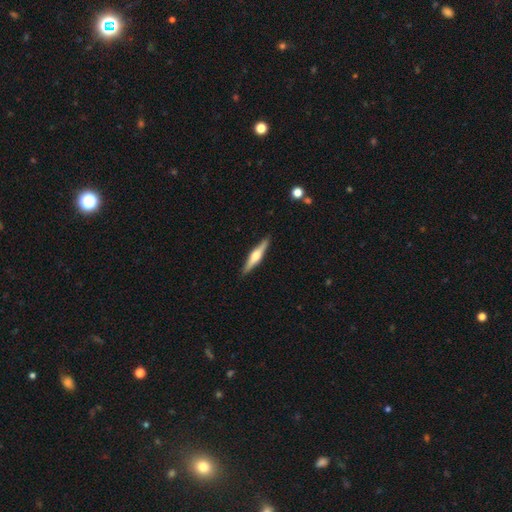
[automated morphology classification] Smooth or featured? Predicted: featured or disk (p=0.62). Edge-on disk? Predicted: yes (p=0.97). Edge-on bulge? Predicted: rounded (p=0.88). Merging? Predicted: none (p=0.91).